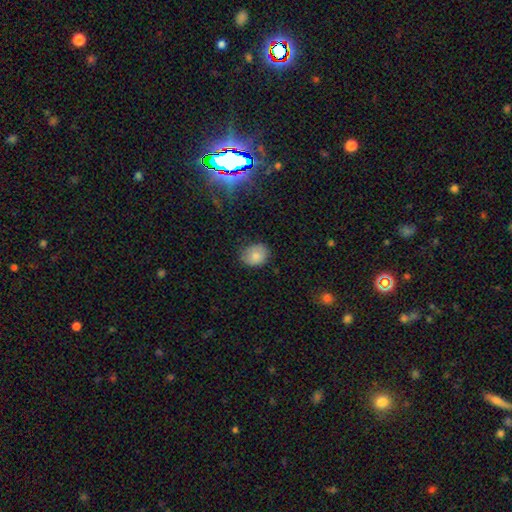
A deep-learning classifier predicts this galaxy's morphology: Smooth or featured? smooth (80%)
How rounded? round (53%)
Merging? none (74%)